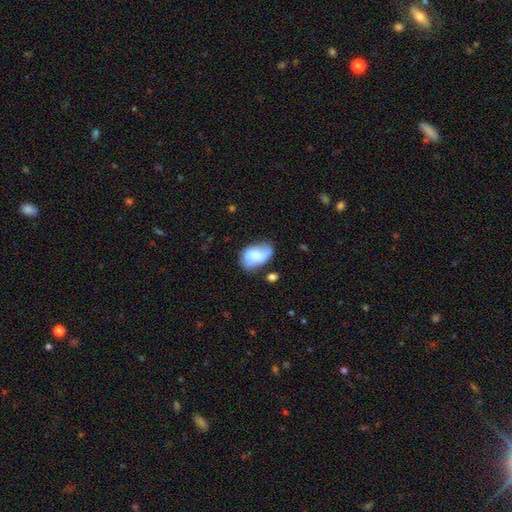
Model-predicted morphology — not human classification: Smooth or featured? Predicted: smooth (p=0.60). How rounded? Predicted: in between (p=0.88). Merging? Predicted: none (p=0.47).